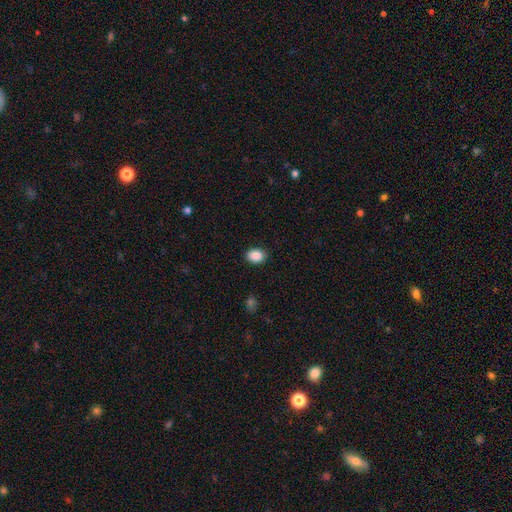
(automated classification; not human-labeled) Smooth or featured? Predicted: smooth (p=0.89). How rounded? Predicted: in between (p=0.60). Merging? Predicted: none (p=0.88).